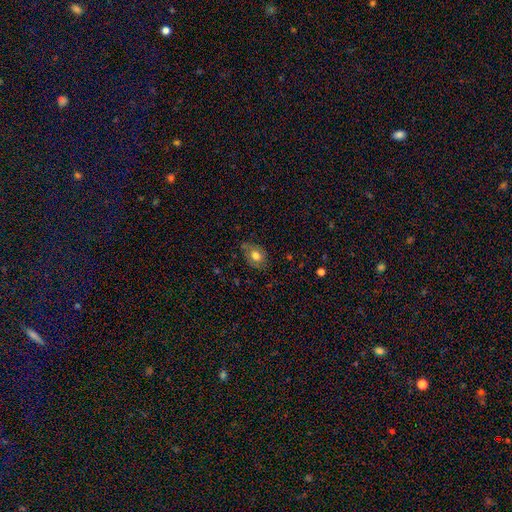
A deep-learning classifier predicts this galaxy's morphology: Smooth or featured? smooth (70%)
How rounded? in between (62%)
Merging? none (67%)